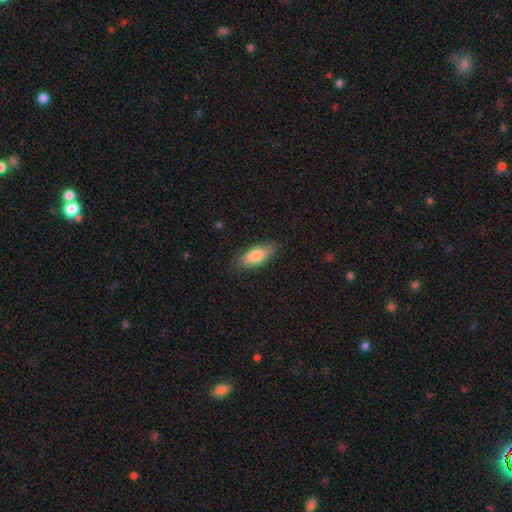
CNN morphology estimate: Smooth or featured? Predicted: smooth (p=0.81). How rounded? Predicted: in between (p=0.79). Merging? Predicted: none (p=0.84).